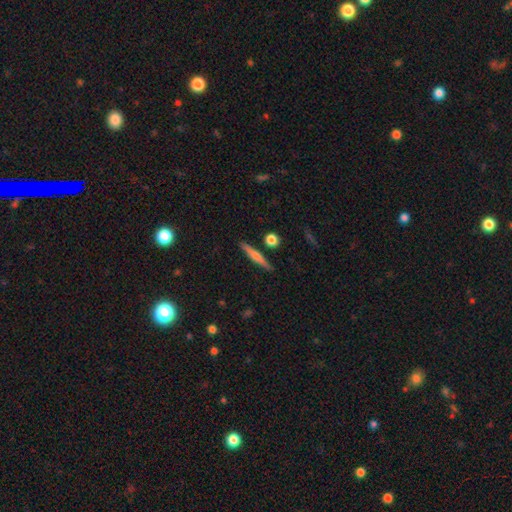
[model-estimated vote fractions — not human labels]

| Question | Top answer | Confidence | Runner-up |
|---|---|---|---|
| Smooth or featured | featured or disk | 49% | smooth (45%) |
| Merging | none | 88% | minor disturbance (7%) |